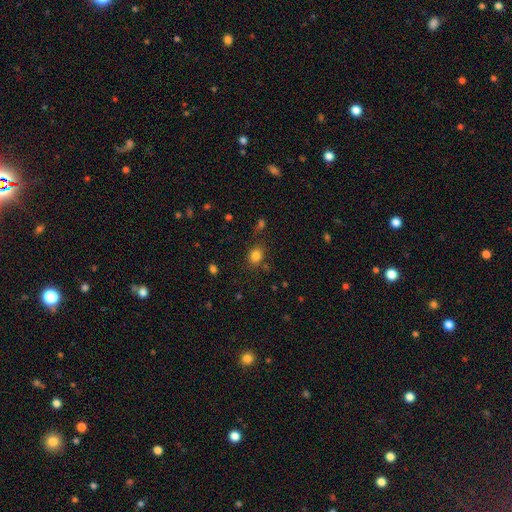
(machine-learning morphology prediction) smooth-or-featured: smooth: 82% | star or artifact: 13% | featured or disk: 6%
  how-rounded: round: 54% | in between: 45% | cigar-shaped: 1%
  merging: none: 77% | minor disturbance: 14% | major disturbance: 5% | merger: 4%